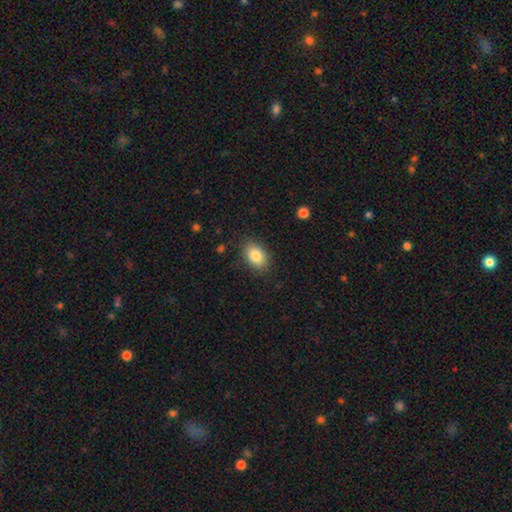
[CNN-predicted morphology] Smooth or featured?
  - smooth: 85% *
  - star or artifact: 8%
  - featured or disk: 8%
How rounded?
  - in between: 88% *
  - round: 11%
  - cigar-shaped: 1%
Merging?
  - none: 86% *
  - minor disturbance: 10%
  - major disturbance: 3%
  - merger: 1%